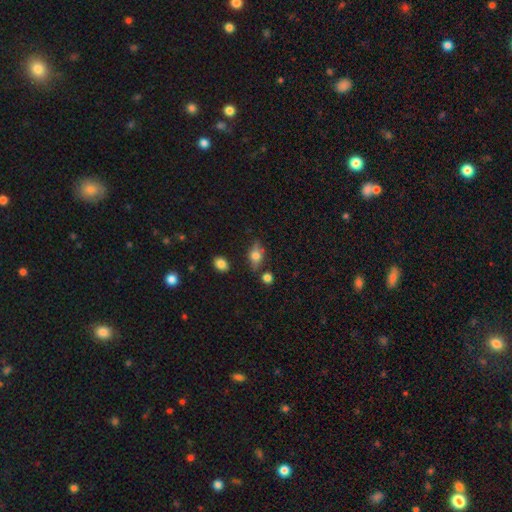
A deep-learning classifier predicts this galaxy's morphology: A smooth galaxy with no disk features (49%). Merging: none (73%).